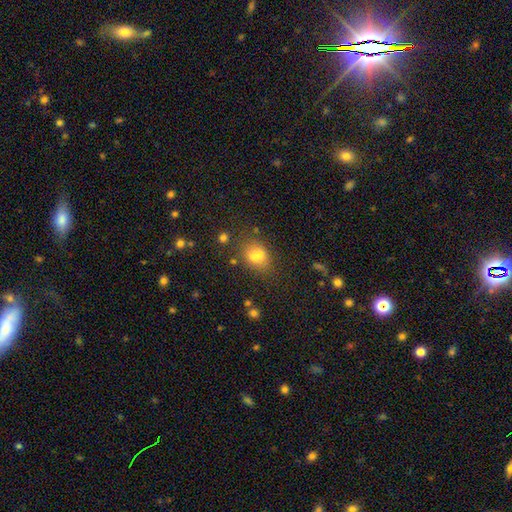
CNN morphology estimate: Smooth or featured? Predicted: smooth (p=0.68). How rounded? Predicted: in between (p=0.51). Merging? Predicted: none (p=0.51).